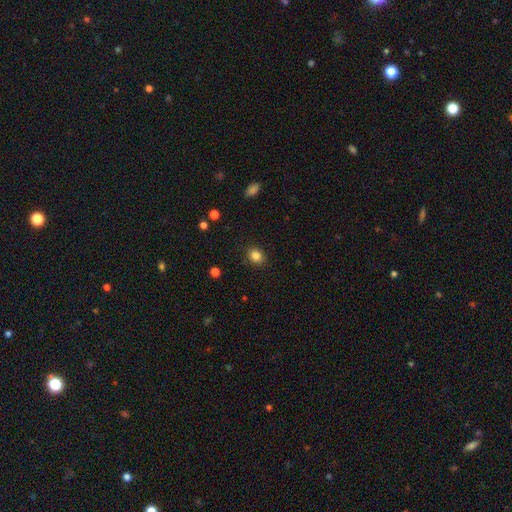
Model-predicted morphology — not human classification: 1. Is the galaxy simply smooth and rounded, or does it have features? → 84% smooth, 11% star or artifact, 5% featured or disk.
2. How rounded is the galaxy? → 59% round, 40% in between, 1% cigar-shaped.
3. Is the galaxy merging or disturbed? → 88% none, 9% minor disturbance, 2% major disturbance, 1% merger.